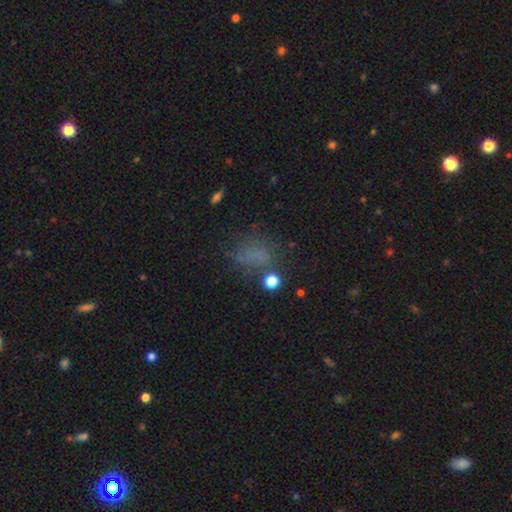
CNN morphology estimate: type=smooth (57%); roundness=in between (59%); merging=none (53%).